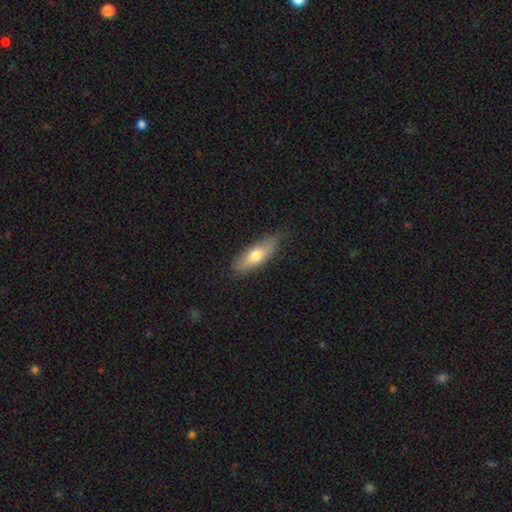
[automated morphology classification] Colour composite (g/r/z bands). It shows a smooth galaxy with no disk features (68%) that is in between round and cigar-shaped (59%). Merging: none (71%).